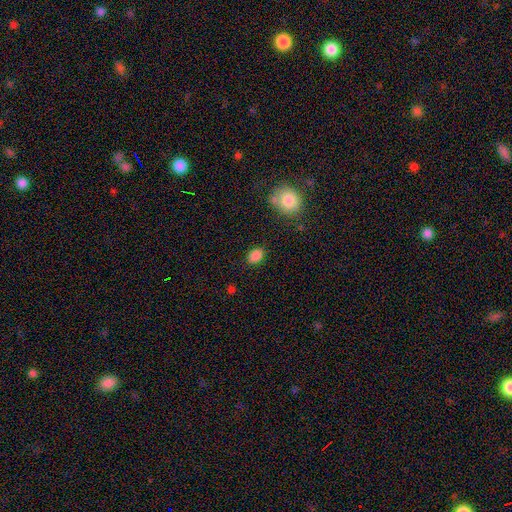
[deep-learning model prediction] Smooth or featured?
  - smooth: 86% *
  - star or artifact: 10%
  - featured or disk: 4%
How rounded?
  - in between: 69% *
  - round: 30%
  - cigar-shaped: 1%
Merging?
  - none: 83% *
  - minor disturbance: 12%
  - major disturbance: 3%
  - merger: 2%